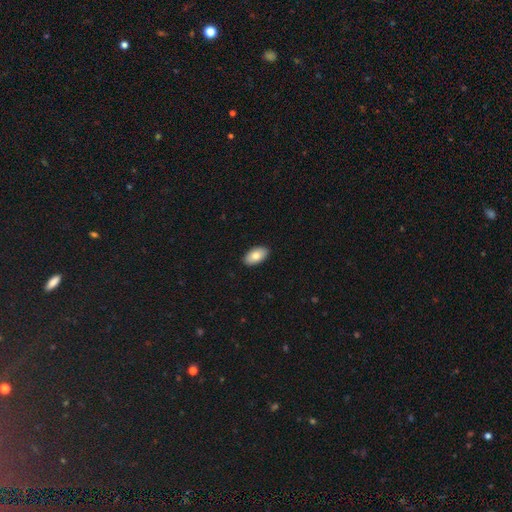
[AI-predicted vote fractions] Smooth or featured: smooth — 81% (featured or disk — 13%)
How rounded: in between — 95% (round — 3%)
Merging: none — 91% (minor disturbance — 7%)